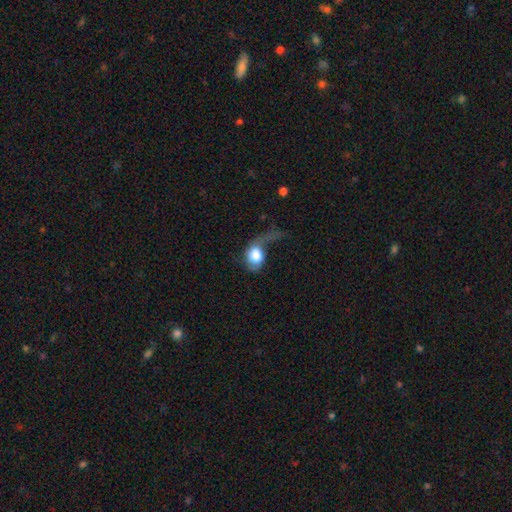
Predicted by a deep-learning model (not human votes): This is likely a smooth galaxy (66%). How rounded: possibly in between (53%). Merging: likely major disturbance (61%).